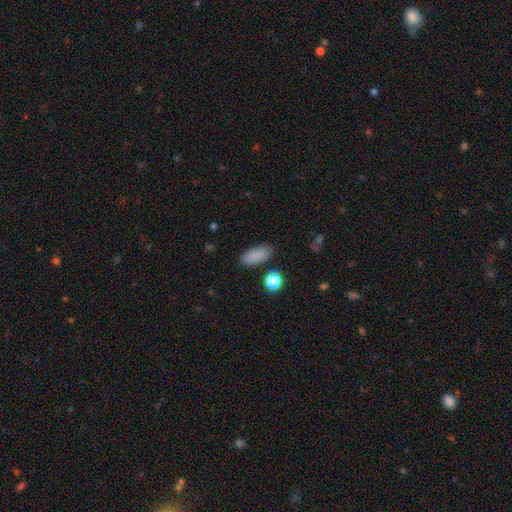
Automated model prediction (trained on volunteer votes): Smooth or featured? smooth (86%)
How rounded? in between (85%)
Merging? none (85%)